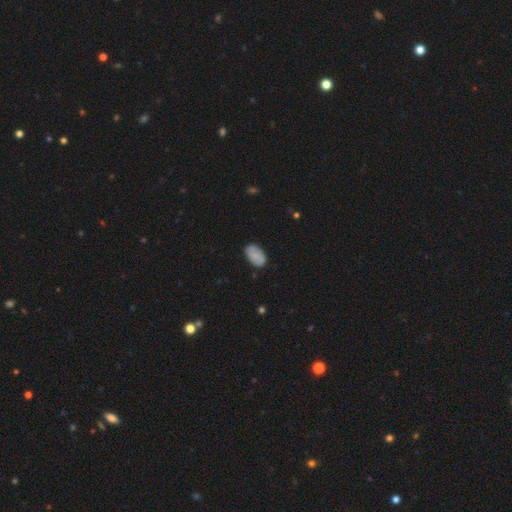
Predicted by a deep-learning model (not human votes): This appears to be a smooth galaxy with no disk features (77%) that is in between round and cigar-shaped (92%). Merging: none (81%).